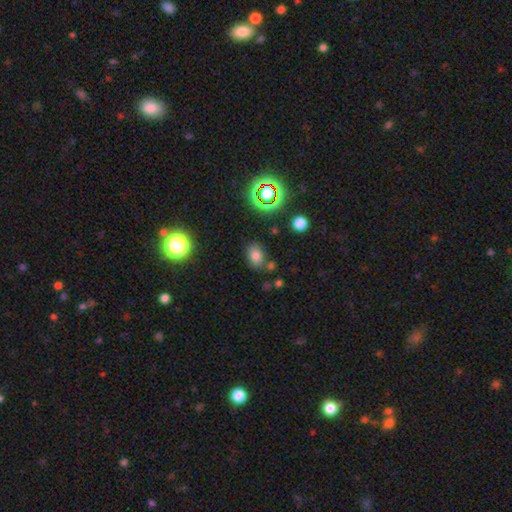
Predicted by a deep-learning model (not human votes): Smooth or featured? Predicted: smooth (p=0.72). How rounded? Predicted: in between (p=0.70). Merging? Predicted: none (p=0.76).